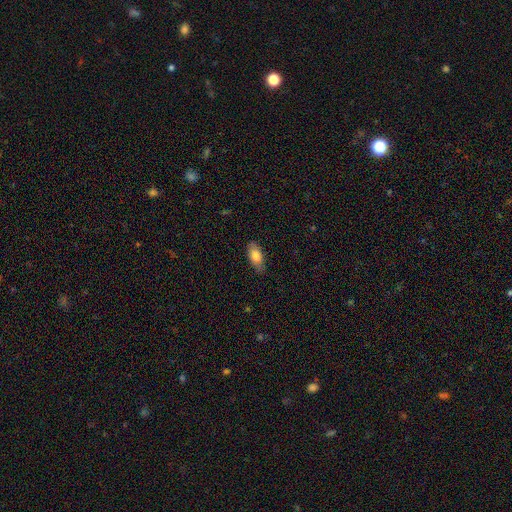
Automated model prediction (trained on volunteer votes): Q: Smooth or featured?
A: smooth (79%); runner-up: featured or disk (14%)
Q: How rounded?
A: in between (86%); runner-up: cigar-shaped (10%)
Q: Merging?
A: none (80%); runner-up: minor disturbance (16%)